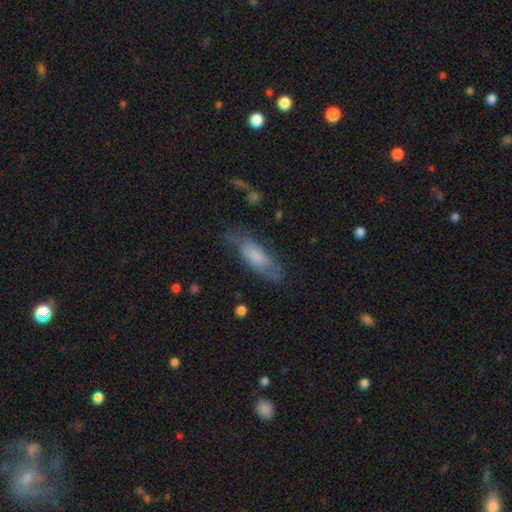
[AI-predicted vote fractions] Smooth or featured? Predicted: smooth (p=0.62). How rounded? Predicted: in between (p=0.61). Merging? Predicted: none (p=0.57).